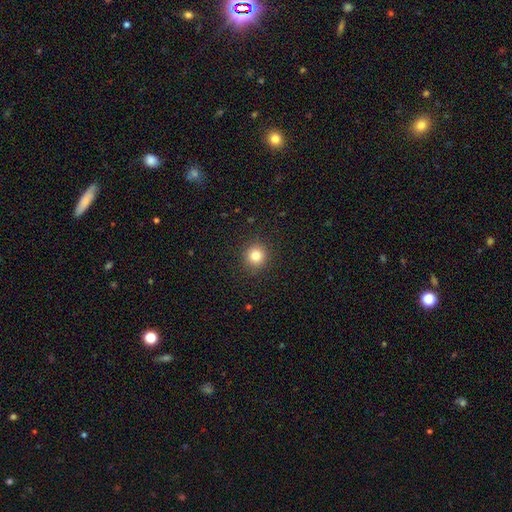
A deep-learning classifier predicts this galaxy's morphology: Smooth or featured? Predicted: smooth (p=0.81). How rounded? Predicted: round (p=0.93). Merging? Predicted: none (p=0.91).